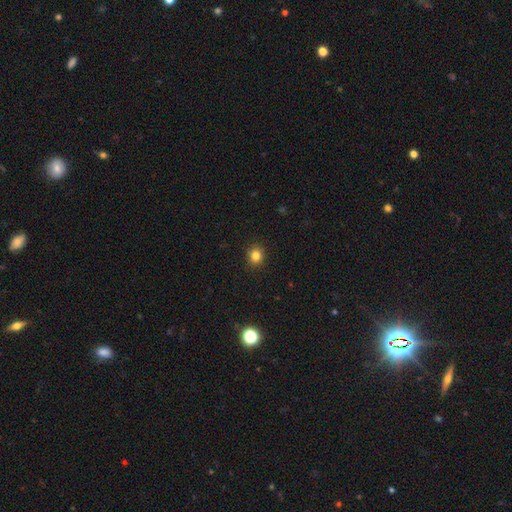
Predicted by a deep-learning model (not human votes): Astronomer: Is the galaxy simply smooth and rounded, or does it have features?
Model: smooth — 82%.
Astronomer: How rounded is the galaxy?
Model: round — 84%.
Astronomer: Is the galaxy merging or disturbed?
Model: none — 91%.